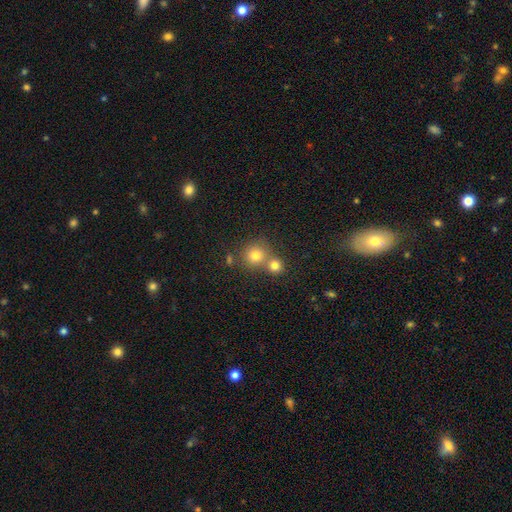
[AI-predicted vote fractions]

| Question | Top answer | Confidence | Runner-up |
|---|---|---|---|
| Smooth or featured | smooth | 77% | star or artifact (13%) |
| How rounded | round | 87% | in between (12%) |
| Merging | none | 54% | merger (36%) |